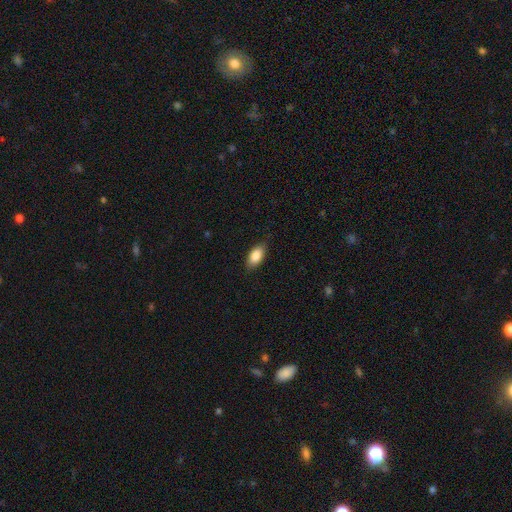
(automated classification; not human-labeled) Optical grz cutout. It shows a smooth galaxy with no disk features (86%) that is in between round and cigar-shaped (90%). Merging: none (83%).